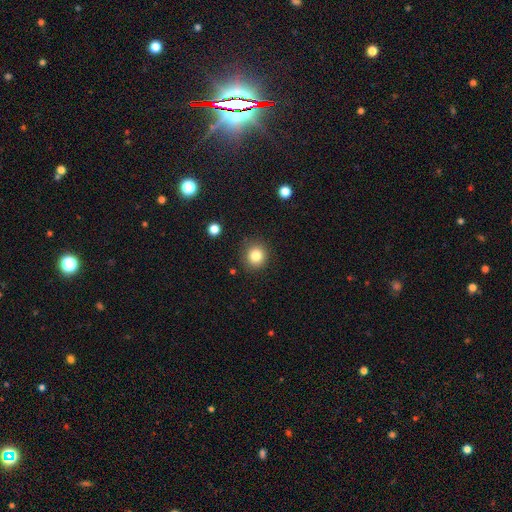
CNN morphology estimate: type=smooth (83%); roundness=round (91%); merging=none (88%).